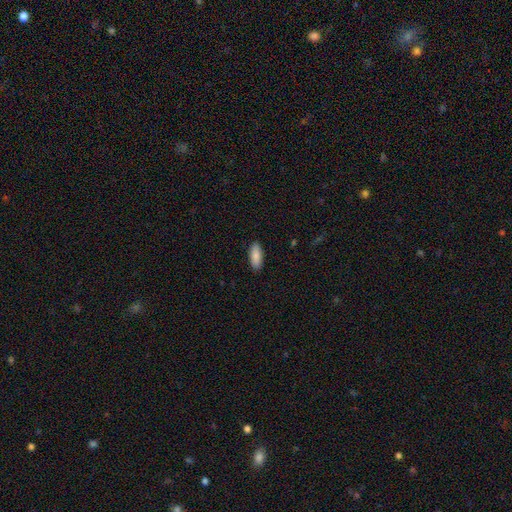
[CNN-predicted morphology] This appears to be a smooth galaxy with no disk features (87%) that is in between round and cigar-shaped (79%). Merging: none (90%).